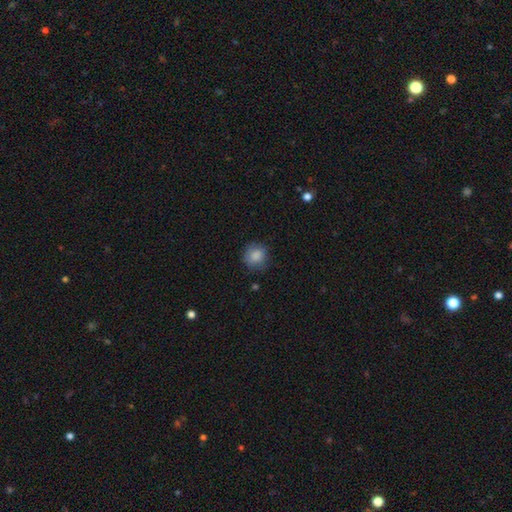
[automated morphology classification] Smooth or featured? smooth (86%)
How rounded? round (85%)
Merging? none (77%)